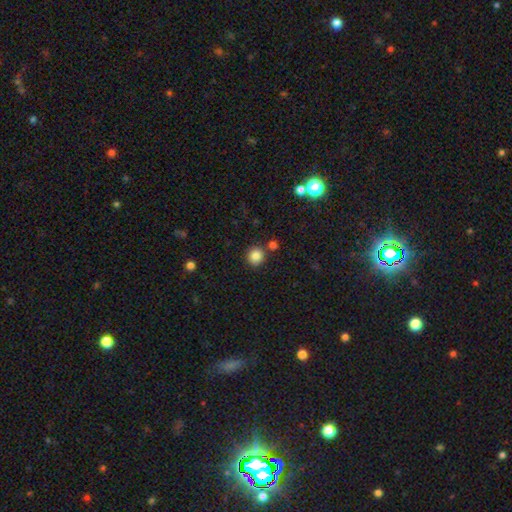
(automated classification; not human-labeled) Morphology: type=smooth (85%); roundness=round (88%); merging=none (81%).